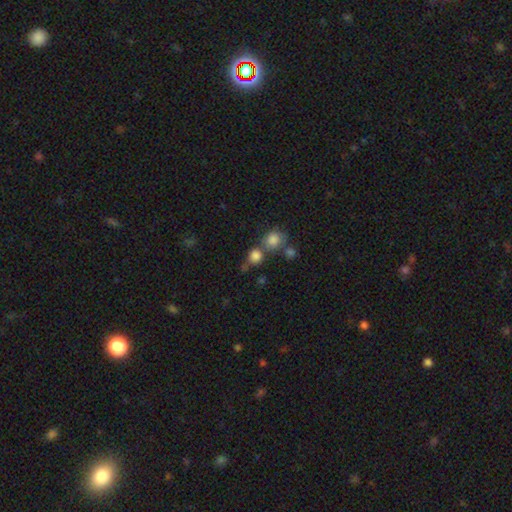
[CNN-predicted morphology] smooth_or_featured: smooth (p=0.81) [alt: star or artifact p=0.13]
how_rounded: round (p=0.83) [alt: in between p=0.16]
merging: none (p=0.54) [alt: merger p=0.33]